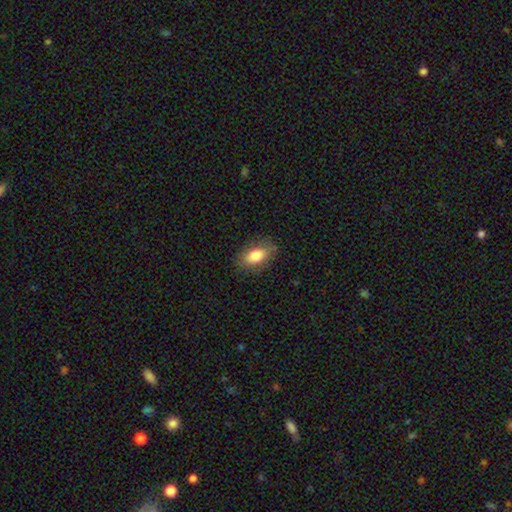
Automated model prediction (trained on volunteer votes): smooth-or-featured: smooth: 78% | featured or disk: 14% | star or artifact: 7%
  how-rounded: in between: 89% | round: 7% | cigar-shaped: 4%
  merging: none: 81% | minor disturbance: 14% | major disturbance: 4% | merger: 1%